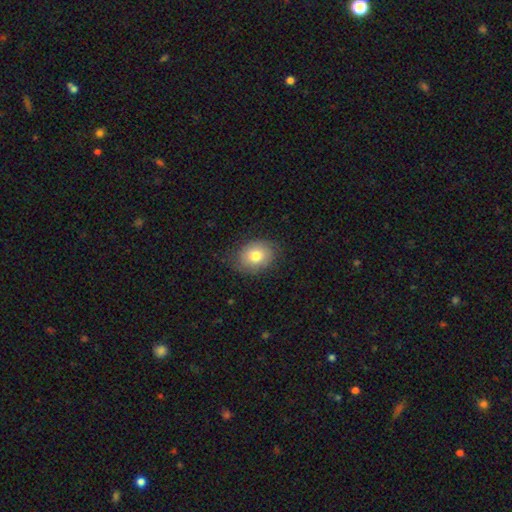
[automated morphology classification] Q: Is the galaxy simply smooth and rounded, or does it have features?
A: smooth — 73%.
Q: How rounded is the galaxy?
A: round — 50%, tied with in between.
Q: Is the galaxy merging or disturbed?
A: none — 76%.